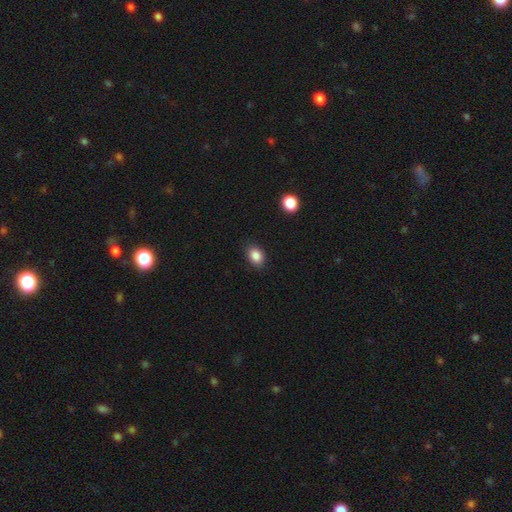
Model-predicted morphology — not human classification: Overall: smooth (86%). How rounded: in between (72%). Merging: none (88%).